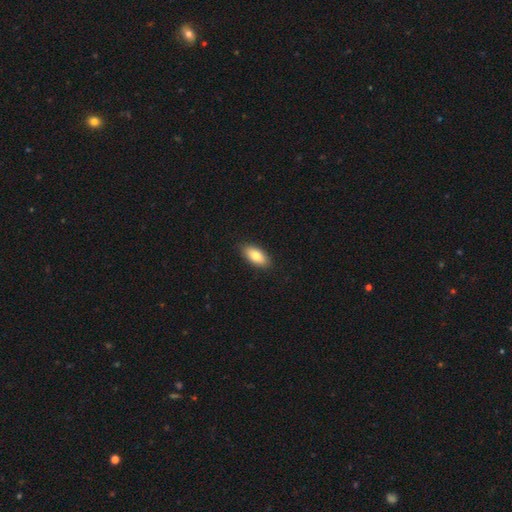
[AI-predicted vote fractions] Overall: smooth (82%). How rounded: in between (89%). Merging: none (88%).